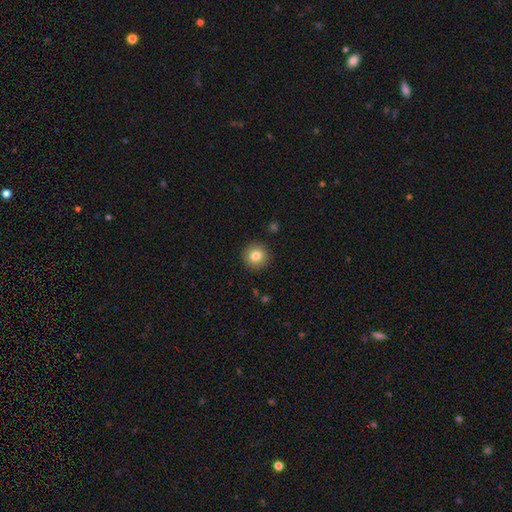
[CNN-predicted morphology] Smooth or featured? smooth (82%)
How rounded? round (94%)
Merging? none (91%)